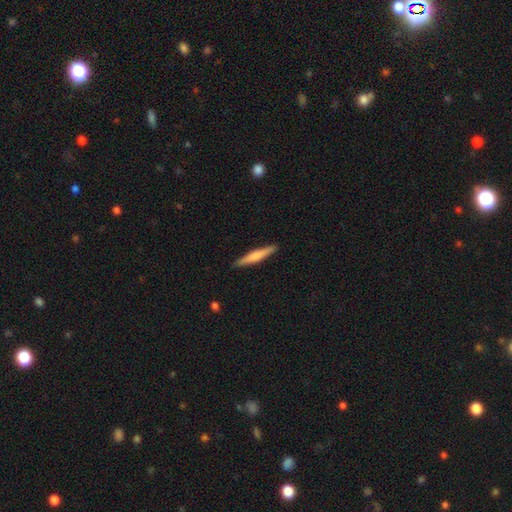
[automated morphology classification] This is possibly a smooth galaxy (56%). How rounded: clearly cigar-shaped (93%). Merging: clearly none (91%).